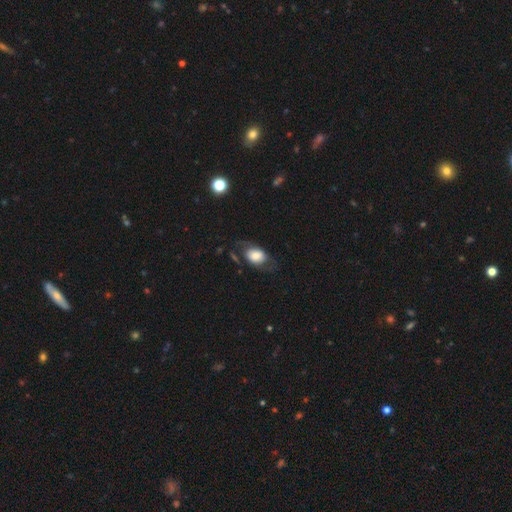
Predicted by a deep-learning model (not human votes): This appears to be a smooth galaxy with no disk features (57%) that is in between round and cigar-shaped (73%). Merging: none (54%).